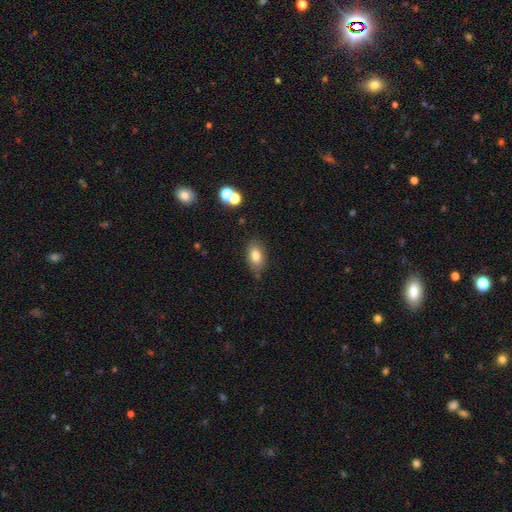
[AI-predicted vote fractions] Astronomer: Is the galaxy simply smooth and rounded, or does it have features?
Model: smooth — 79%.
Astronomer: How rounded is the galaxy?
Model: in between — 88%.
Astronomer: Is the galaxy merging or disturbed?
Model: none — 79%.